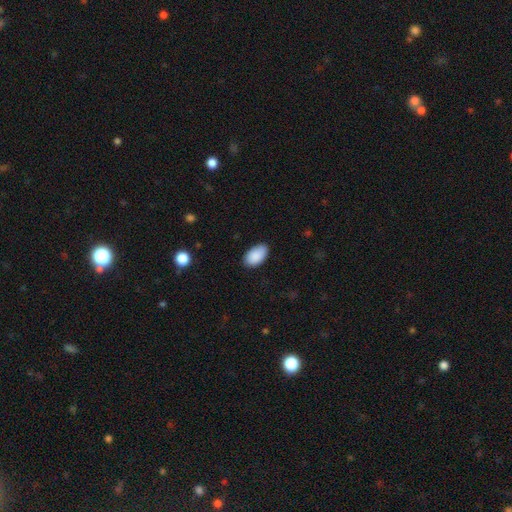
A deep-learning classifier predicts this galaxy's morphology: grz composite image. It shows a smooth galaxy with no disk features (90%) that is in between round and cigar-shaped (94%). Merging: none (83%).